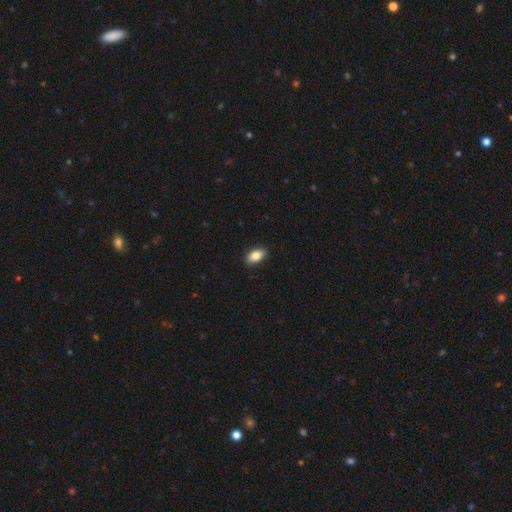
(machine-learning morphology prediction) This is clearly a smooth galaxy (86%). How rounded: clearly in between (92%). Merging: clearly none (89%).